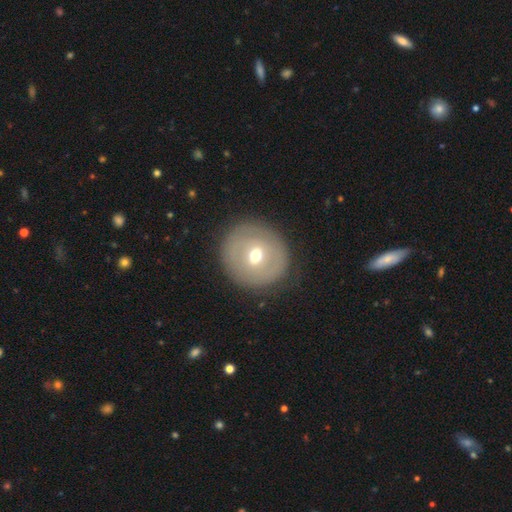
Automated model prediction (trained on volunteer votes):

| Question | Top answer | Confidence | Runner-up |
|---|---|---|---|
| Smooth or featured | smooth | 49% | featured or disk (42%) |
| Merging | none | 84% | minor disturbance (10%) |